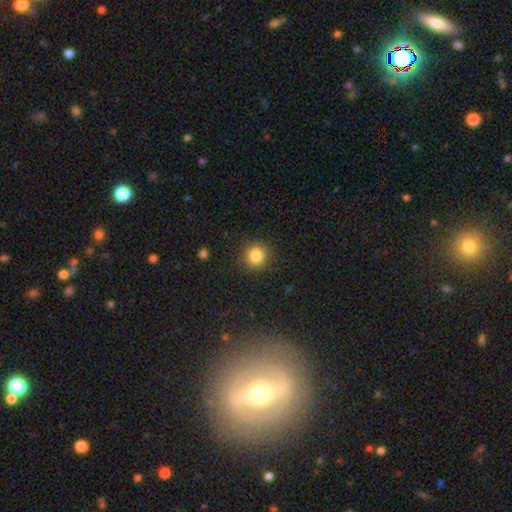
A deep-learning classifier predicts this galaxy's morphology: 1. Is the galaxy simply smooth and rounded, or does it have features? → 84% smooth, 11% star or artifact, 5% featured or disk.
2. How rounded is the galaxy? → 91% round, 8% in between, 1% cigar-shaped.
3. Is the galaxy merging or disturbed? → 89% none, 7% minor disturbance, 3% major disturbance, 1% merger.